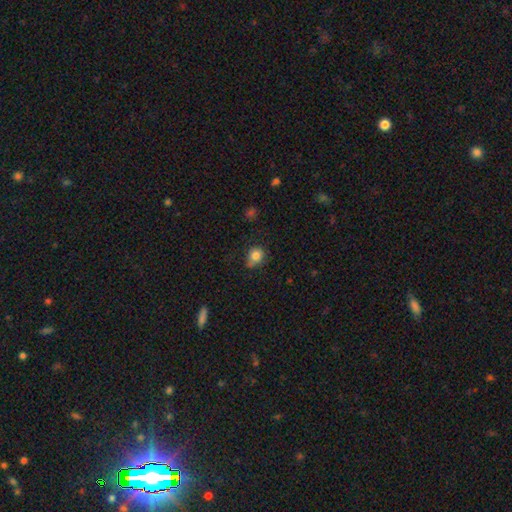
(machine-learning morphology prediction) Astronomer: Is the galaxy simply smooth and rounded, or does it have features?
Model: smooth — 82%.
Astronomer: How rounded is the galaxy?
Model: round — 78%.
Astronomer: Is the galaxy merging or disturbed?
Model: none — 56%.